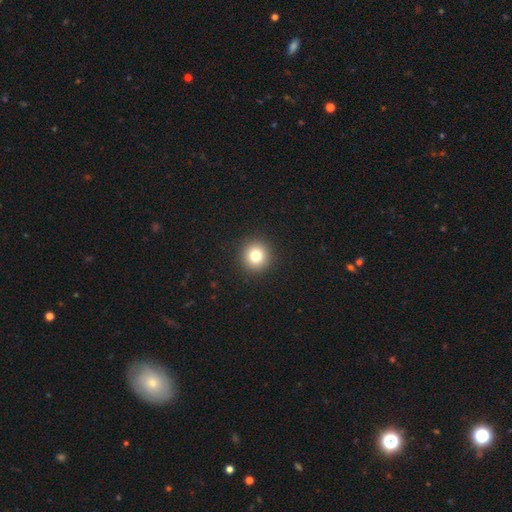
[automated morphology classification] The model was most divided on "smooth or featured": smooth: 79%, star or artifact: 12%, featured or disk: 9%. More confident: how rounded — round (95%); merging — none (93%).